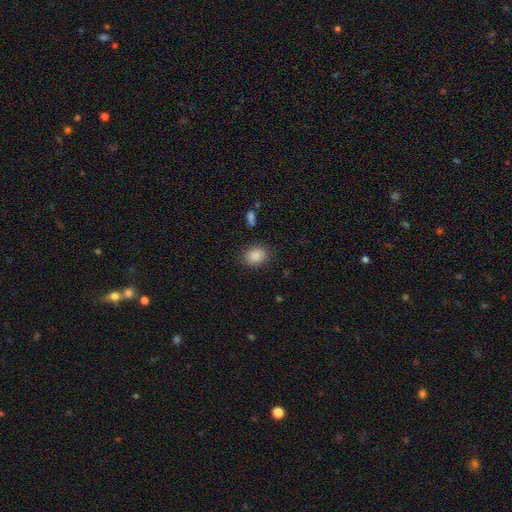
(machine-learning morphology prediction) Smooth or featured?
  - smooth: 87% *
  - star or artifact: 9%
  - featured or disk: 4%
How rounded?
  - in between: 57% *
  - round: 42%
  - cigar-shaped: 1%
Merging?
  - none: 85% *
  - minor disturbance: 10%
  - major disturbance: 3%
  - merger: 2%